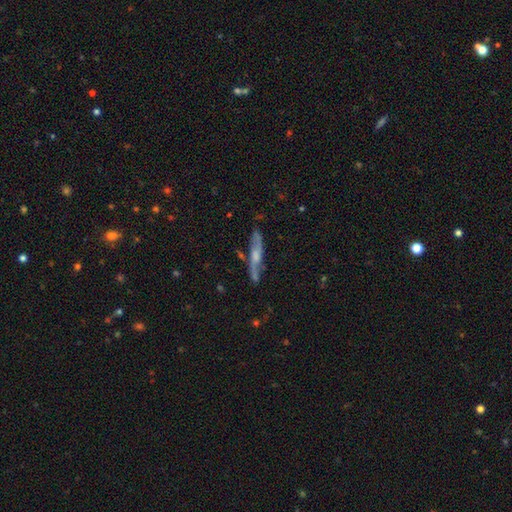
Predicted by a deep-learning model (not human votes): Morphology: type=featured or disk (65%); edge-on=yes (67%); merging=none (71%).